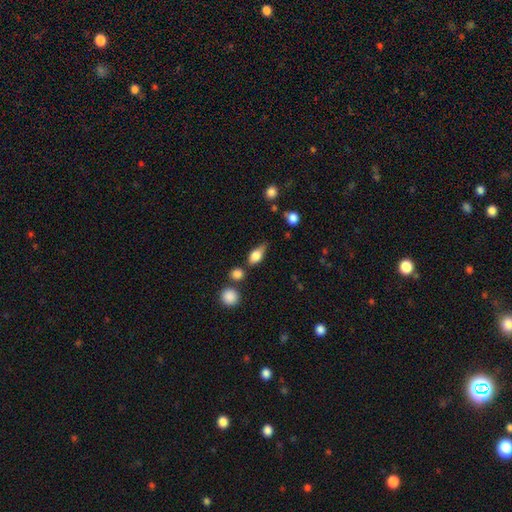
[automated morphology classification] A smooth galaxy with no disk features (76%) that is in between round and cigar-shaped (79%). Merging: none (50%).